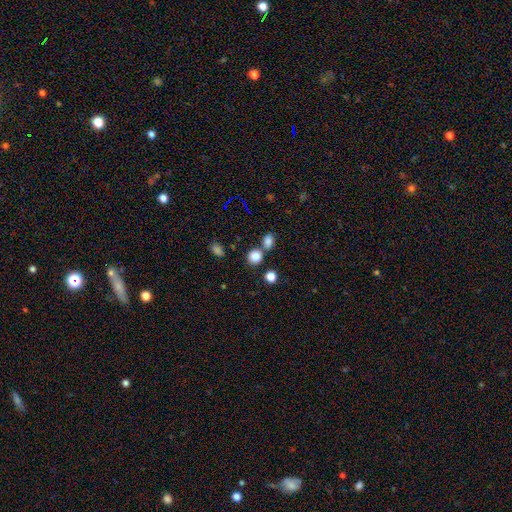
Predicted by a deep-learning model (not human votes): This appears to be a smooth galaxy with no disk features (80%) that is round (82%). Merging: none (64%).